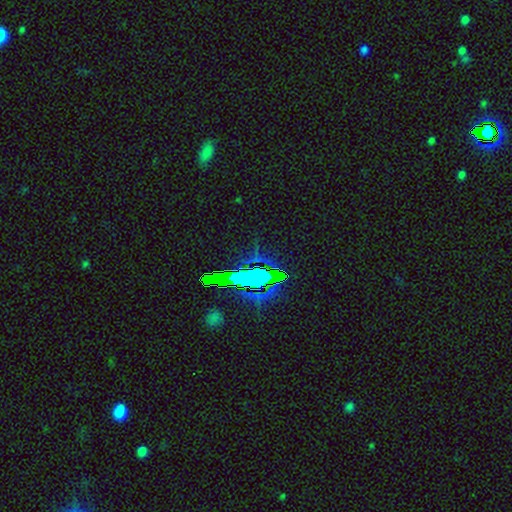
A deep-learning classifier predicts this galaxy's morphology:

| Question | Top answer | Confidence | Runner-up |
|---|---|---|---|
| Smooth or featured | star or artifact | 77% | smooth (12%) |